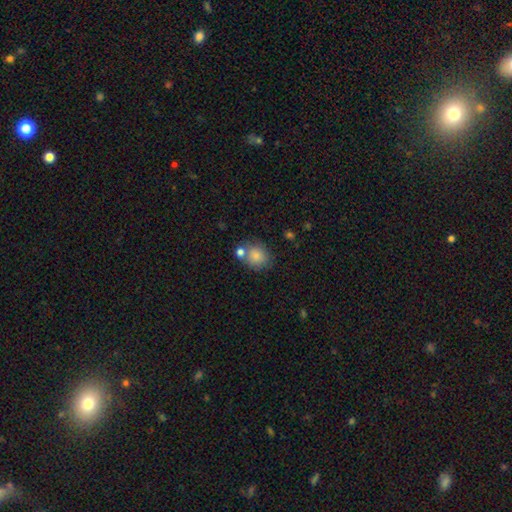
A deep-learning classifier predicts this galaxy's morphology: type=smooth (83%); roundness=round (72%); merging=none (61%).